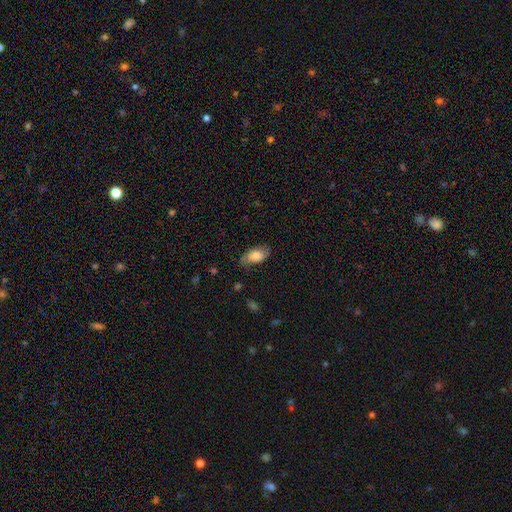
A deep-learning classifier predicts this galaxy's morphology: Smooth or featured?
  - smooth: 70% *
  - featured or disk: 23%
  - star or artifact: 8%
How rounded?
  - in between: 91% *
  - round: 5%
  - cigar-shaped: 4%
Merging?
  - none: 66% *
  - minor disturbance: 25%
  - major disturbance: 8%
  - merger: 2%